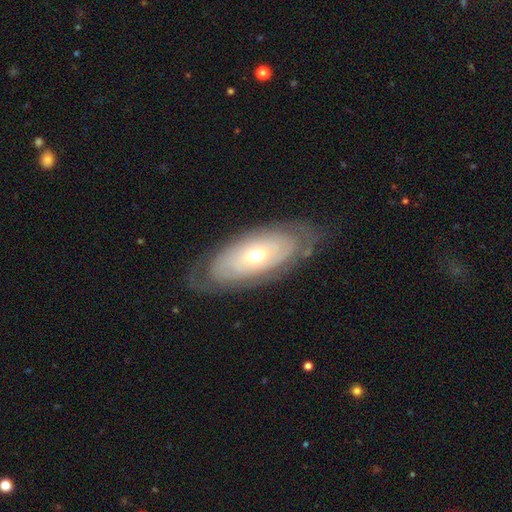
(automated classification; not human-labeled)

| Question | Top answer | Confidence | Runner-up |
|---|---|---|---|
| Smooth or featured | featured or disk | 67% | smooth (27%) |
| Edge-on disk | no | 87% | yes (13%) |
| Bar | no | 83% | weak (13%) |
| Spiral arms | yes | 56% | no (44%) |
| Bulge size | moderate | 64% | small (29%) |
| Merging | none | 75% | minor disturbance (17%) |